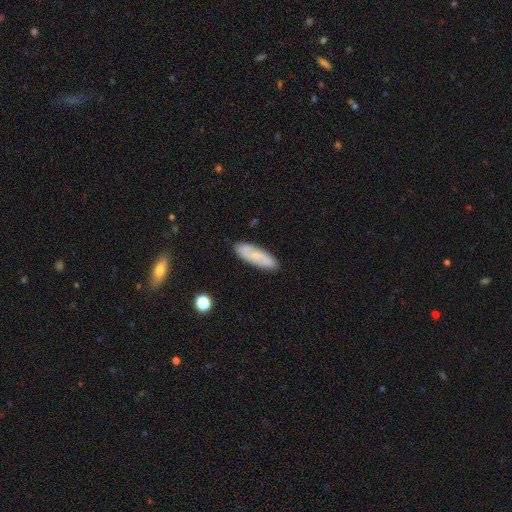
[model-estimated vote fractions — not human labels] Smooth or featured? Predicted: smooth (p=0.54). How rounded? Predicted: cigar-shaped (p=0.49, tied with in between). Merging? Predicted: none (p=0.84).